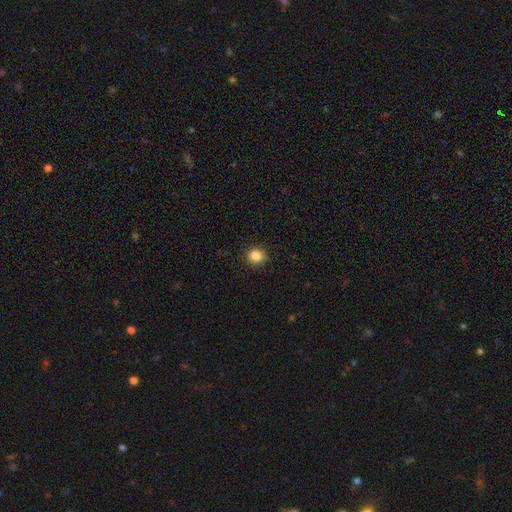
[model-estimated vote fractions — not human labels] Morphology: type=smooth (85%); roundness=round (87%); merging=none (90%).